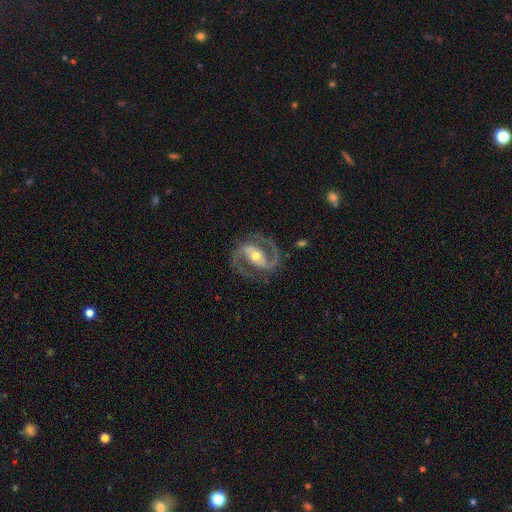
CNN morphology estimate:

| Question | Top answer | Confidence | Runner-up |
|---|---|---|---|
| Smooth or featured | featured or disk | 93% | star or artifact (4%) |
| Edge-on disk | no | 98% | yes (2%) |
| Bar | strong | 45% | weak (35%) |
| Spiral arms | yes | 98% | no (2%) |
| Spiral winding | medium | 66% | tight (20%) |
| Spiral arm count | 2 | 94% | can't tell (1%) |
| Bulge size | moderate | 68% | small (26%) |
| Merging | none | 83% | minor disturbance (11%) |